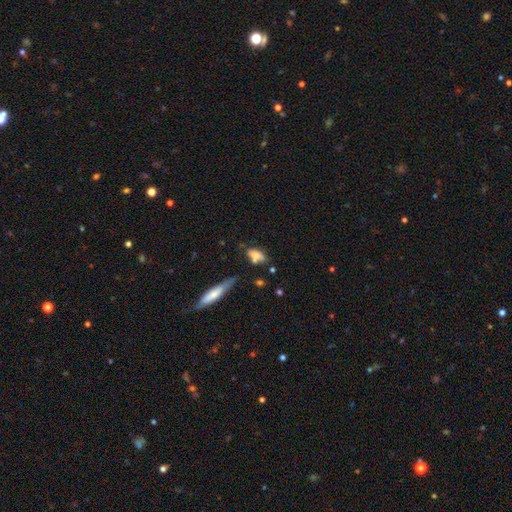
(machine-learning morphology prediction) Smooth or featured: smooth — 68% (featured or disk — 23%)
How rounded: in between — 76% (cigar-shaped — 18%)
Merging: none — 51% (minor disturbance — 25%)